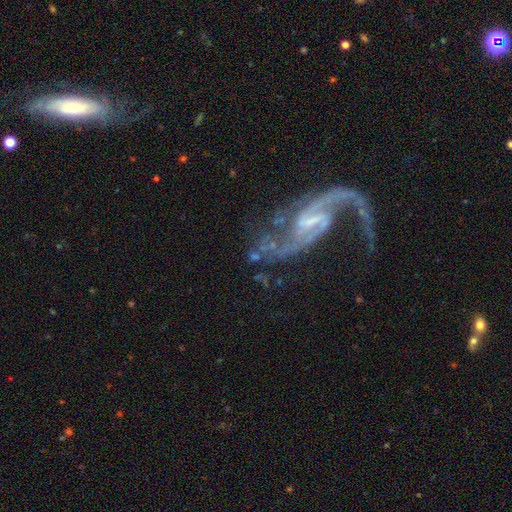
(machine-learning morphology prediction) type=featured or disk (83%); edge-on=no (96%); bar=weak (46%); spiral arms=yes (92%); winding=loose (56%); arm count=2 (85%); bulge=small (43%); merging=none (53%).